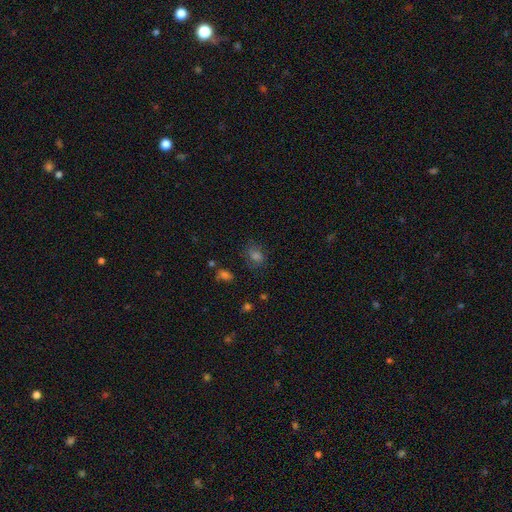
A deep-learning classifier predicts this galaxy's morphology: smooth_or_featured: smooth (p=0.57) [alt: star or artifact p=0.29]
how_rounded: in between (p=0.55) [alt: round p=0.43]
merging: none (p=0.75) [alt: minor disturbance p=0.16]